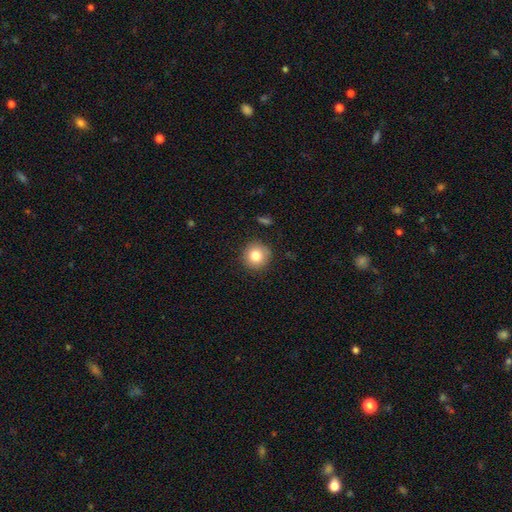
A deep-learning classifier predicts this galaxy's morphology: A smooth galaxy with no disk features (82%) that is round (93%).

Vote fractions:
- Smooth or featured? smooth: 82% / star or artifact: 10% / featured or disk: 8%
- How rounded? round: 93% / in between: 6% / cigar-shaped: 1%
- Merging? none: 88% / minor disturbance: 8% / major disturbance: 2% / merger: 1%